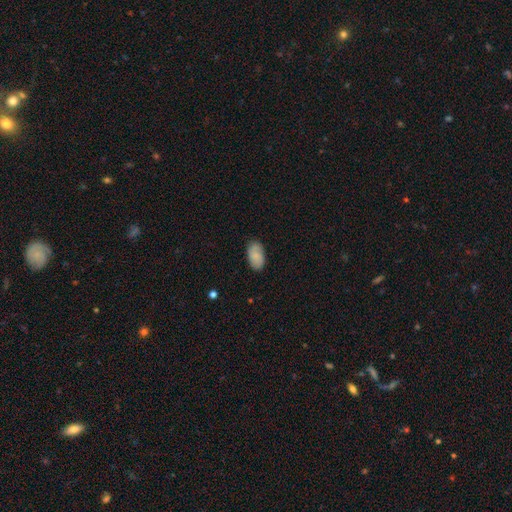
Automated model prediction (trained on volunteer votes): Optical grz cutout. It shows a smooth galaxy with no disk features (78%) that is in between round and cigar-shaped (94%). Merging: none (83%).